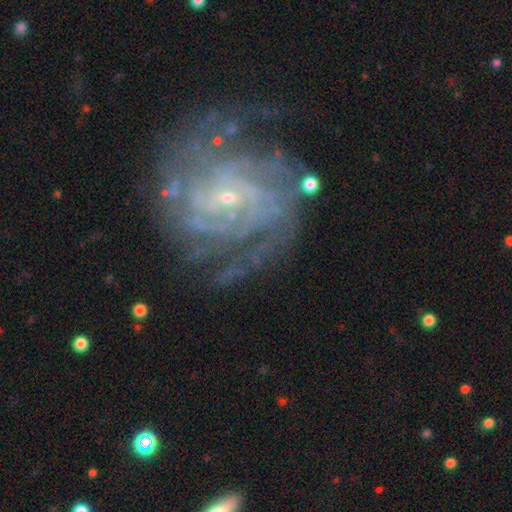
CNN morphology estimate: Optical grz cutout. It shows a featured or disk galaxy (89%) with no bar (45%), tight (66%) spiral arms (97%) and a small central bulge (84%). Merging: none (71%).